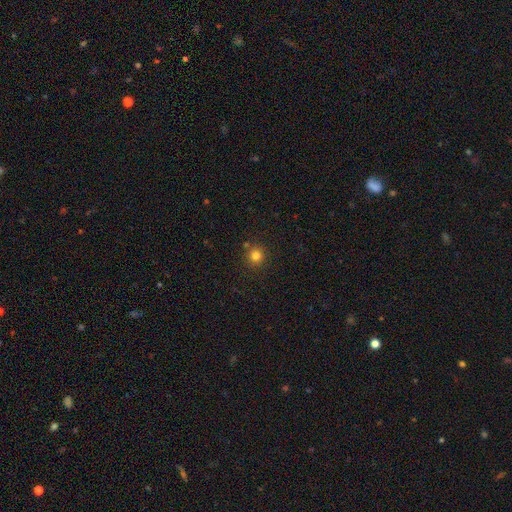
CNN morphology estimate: The model was most divided on "smooth or featured": smooth: 79%, star or artifact: 15%, featured or disk: 6%. More confident: how rounded — round (93%); merging — none (84%).